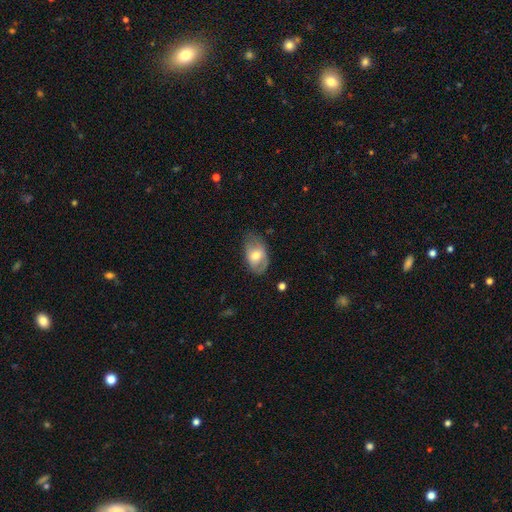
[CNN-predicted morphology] Smooth or featured: smooth — 57% (featured or disk — 36%)
How rounded: in between — 88% (round — 10%)
Merging: none — 56% (minor disturbance — 31%)